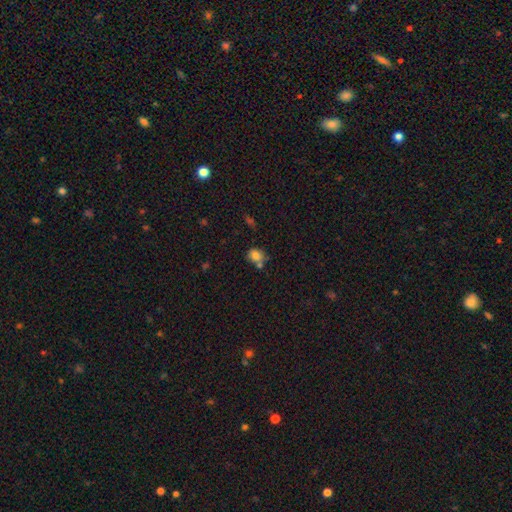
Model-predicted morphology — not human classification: This appears to be a smooth galaxy with no disk features (78%) that is round (63%). Merging: none (55%).